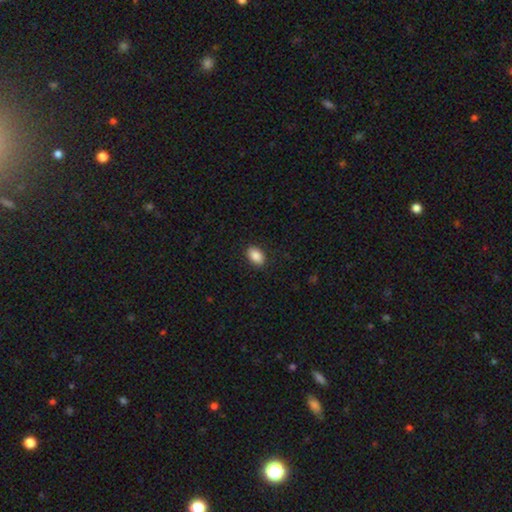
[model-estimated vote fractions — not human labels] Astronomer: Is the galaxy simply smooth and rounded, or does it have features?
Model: smooth — 88%.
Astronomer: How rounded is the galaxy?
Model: in between — 88%.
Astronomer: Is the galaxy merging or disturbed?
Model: none — 88%.